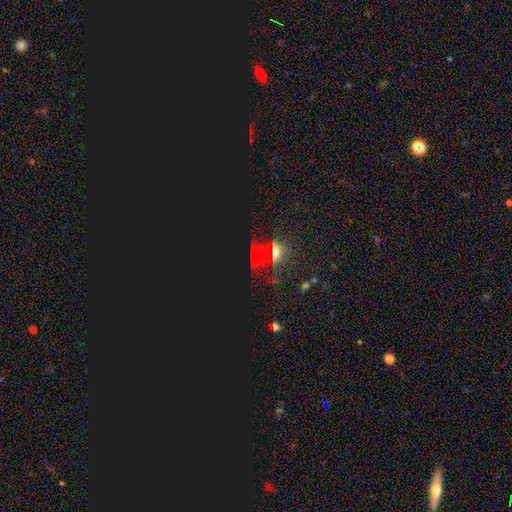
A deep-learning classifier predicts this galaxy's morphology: Smooth or featured?
  - star or artifact: 67% *
  - smooth: 20%
  - featured or disk: 13%